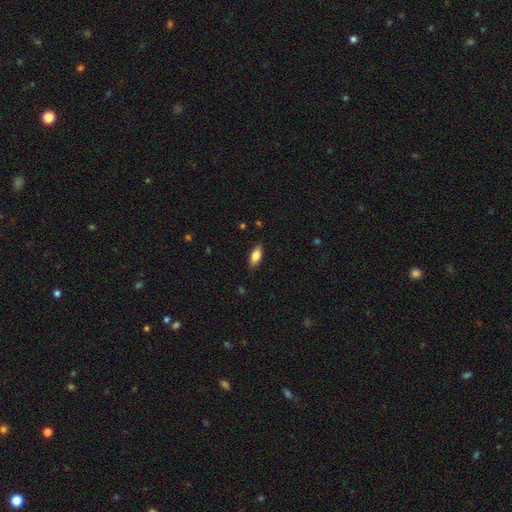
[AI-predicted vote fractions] Overall: smooth (78%). How rounded: in between (83%). Merging: none (85%).